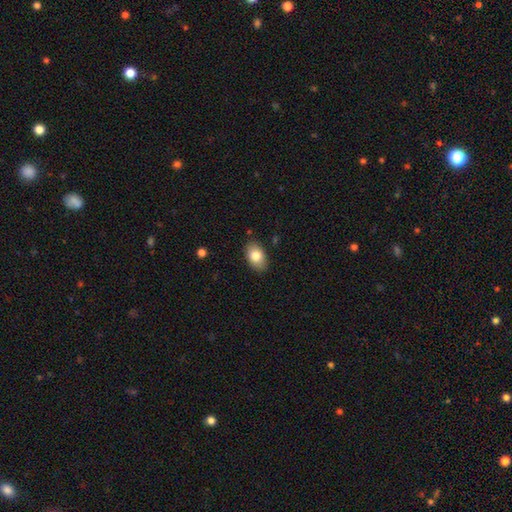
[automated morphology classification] A smooth galaxy with no disk features (81%) that is in between round and cigar-shaped (90%). Merging: none (86%).